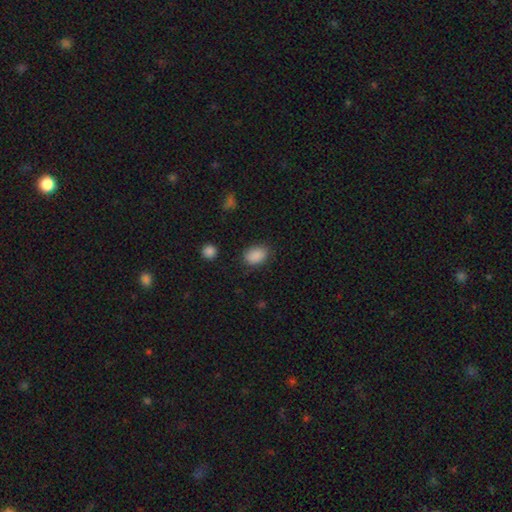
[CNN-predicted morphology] smooth_or_featured: smooth (p=0.88) [alt: star or artifact p=0.09]
how_rounded: in between (p=0.79) [alt: round p=0.19]
merging: none (p=0.82) [alt: minor disturbance p=0.13]